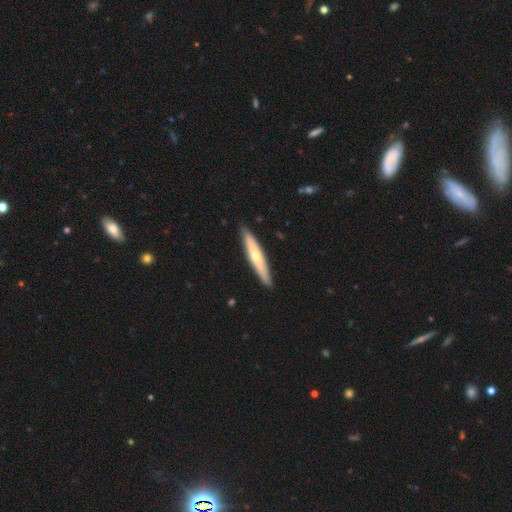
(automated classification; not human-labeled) A smooth galaxy with no disk features (49%). Merging: none (90%).